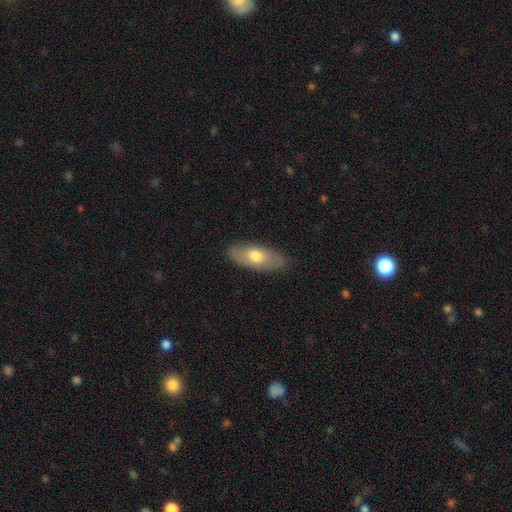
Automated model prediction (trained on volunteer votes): Smooth or featured?
  - smooth: 65% *
  - featured or disk: 30%
  - star or artifact: 6%
How rounded?
  - in between: 85% *
  - cigar-shaped: 12%
  - round: 3%
Merging?
  - none: 85% *
  - minor disturbance: 11%
  - major disturbance: 2%
  - merger: 1%